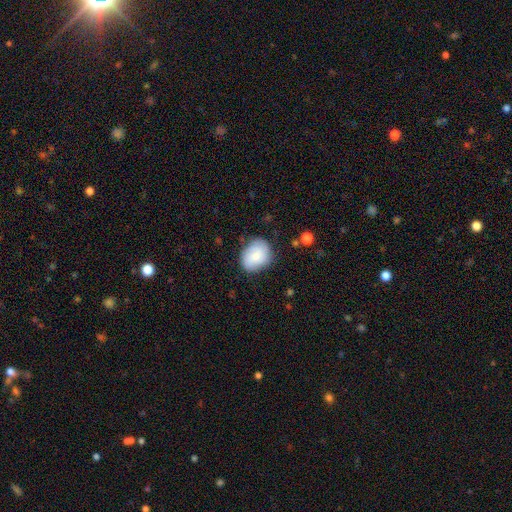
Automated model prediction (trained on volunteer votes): Overall: smooth (78%). How rounded: in between (53%; round 47%). Merging: none (72%).